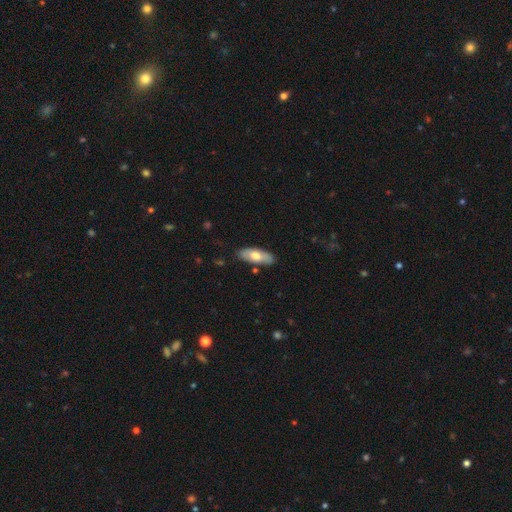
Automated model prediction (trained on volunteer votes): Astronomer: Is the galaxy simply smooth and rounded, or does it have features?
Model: smooth — 61%.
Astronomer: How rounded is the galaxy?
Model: in between — 79%.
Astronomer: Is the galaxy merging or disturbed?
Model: none — 81%.